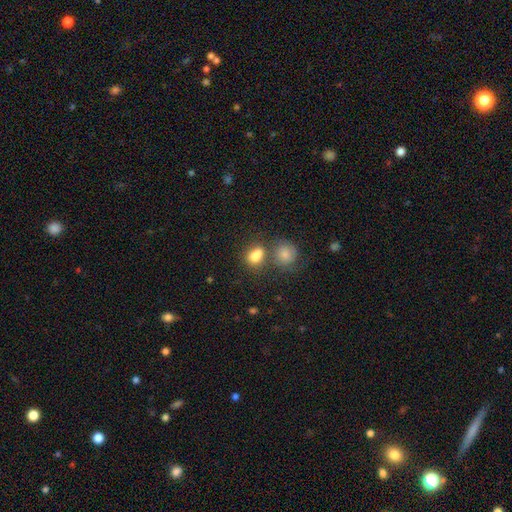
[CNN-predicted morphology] The model was most divided on "merging": none: 46%, merger: 35%, minor disturbance: 13%, major disturbance: 6%. More confident: smooth or featured — smooth (82%); how rounded — in between (65%).